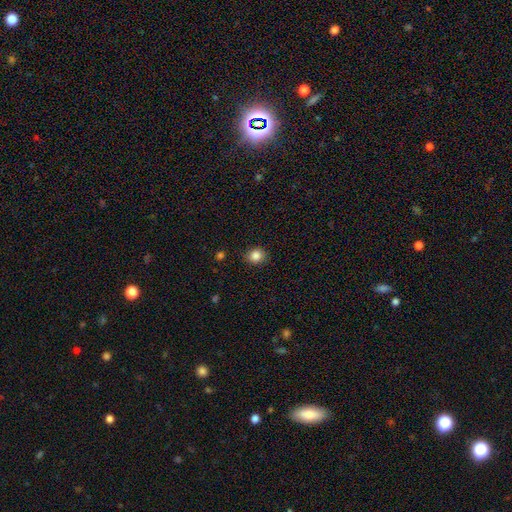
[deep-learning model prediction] This is clearly a smooth galaxy (85%). How rounded: likely round (74%). Merging: clearly none (88%).